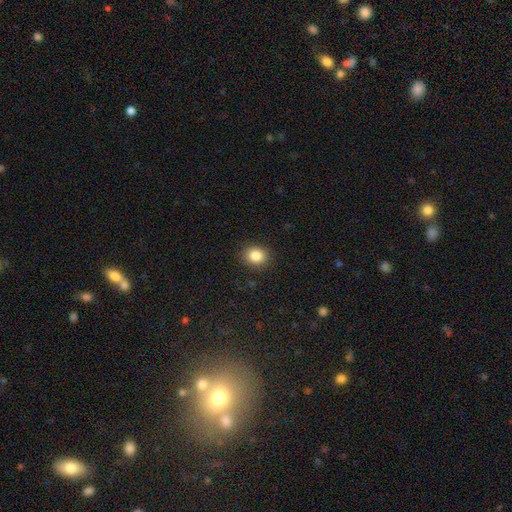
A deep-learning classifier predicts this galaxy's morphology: Overall: smooth (85%). How rounded: round (66%; in between 33%). Merging: none (89%).